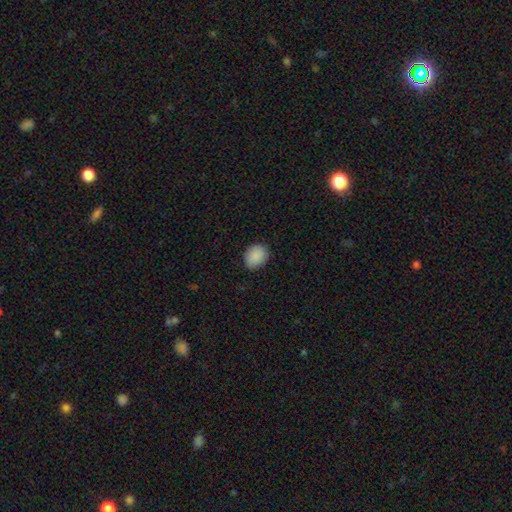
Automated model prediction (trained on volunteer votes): A smooth galaxy with no disk features (89%) that is in between round and cigar-shaped (51%). Merging: none (84%).